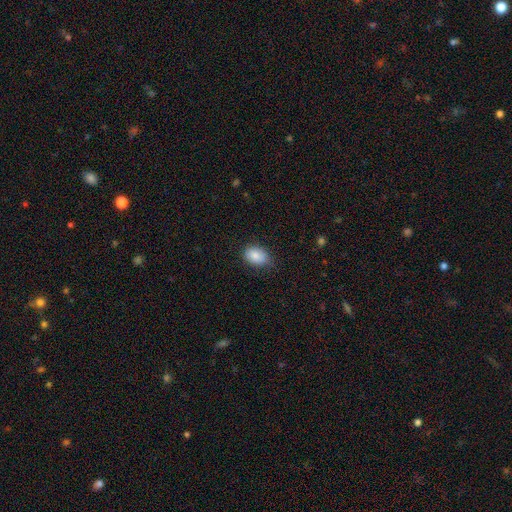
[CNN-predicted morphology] The model was most divided on "merging": none: 75%, minor disturbance: 20%, major disturbance: 4%, merger: 1%. More confident: smooth or featured — smooth (86%); how rounded — in between (79%).